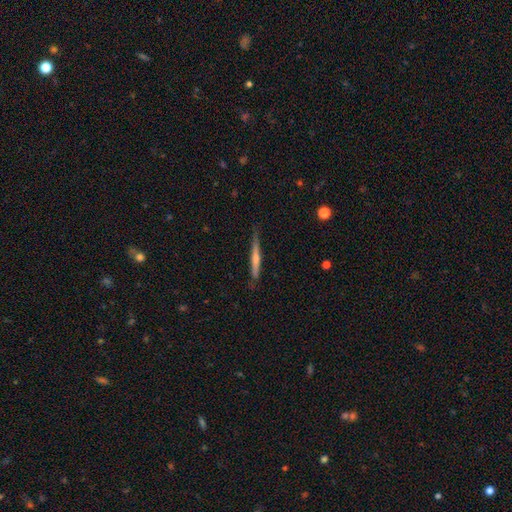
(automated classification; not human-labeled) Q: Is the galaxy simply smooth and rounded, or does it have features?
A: featured or disk — 63%.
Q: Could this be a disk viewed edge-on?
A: yes — 97%.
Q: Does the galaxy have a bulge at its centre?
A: rounded — 61%.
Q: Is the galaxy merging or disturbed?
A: none — 82%.